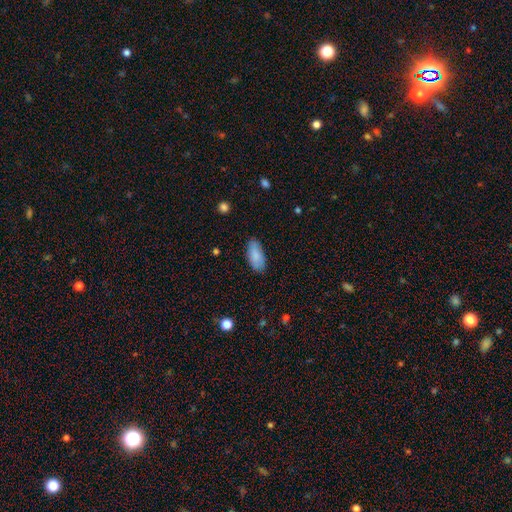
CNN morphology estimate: Smooth or featured? Predicted: smooth (p=0.85). How rounded? Predicted: in between (p=0.90). Merging? Predicted: none (p=0.83).